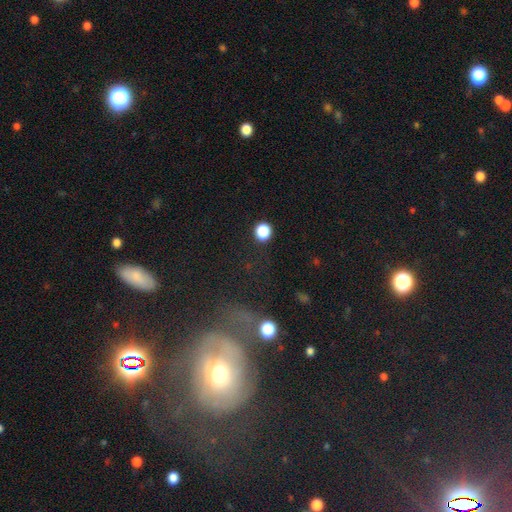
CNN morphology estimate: This appears to be a star or artifact, not a galaxy (38%).